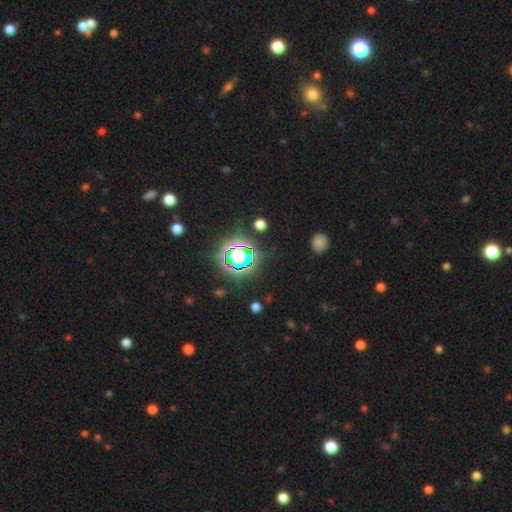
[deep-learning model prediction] The model was most divided on "smooth or featured": star or artifact: 77%, smooth: 16%, featured or disk: 7%.